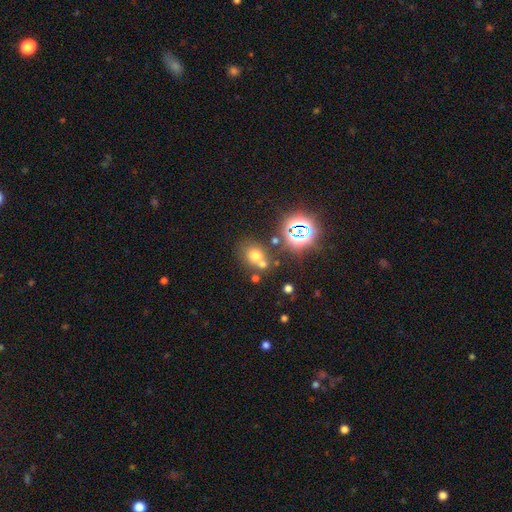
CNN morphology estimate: Q: Smooth or featured?
A: smooth (62%); runner-up: star or artifact (25%)
Q: How rounded?
A: round (67%); runner-up: in between (32%)
Q: Merging?
A: none (54%); runner-up: merger (31%)